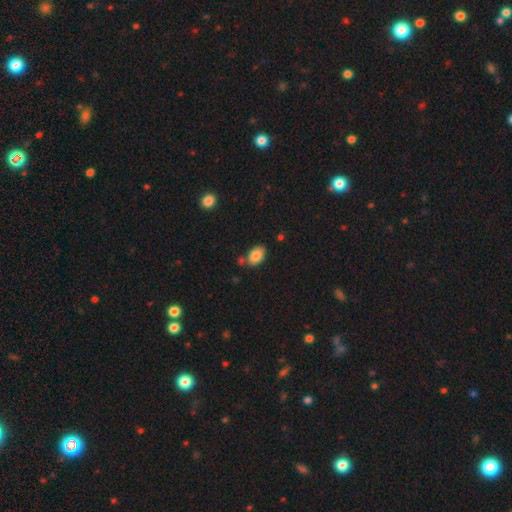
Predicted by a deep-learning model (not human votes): Smooth or featured? smooth (85%)
How rounded? in between (88%)
Merging? none (73%)